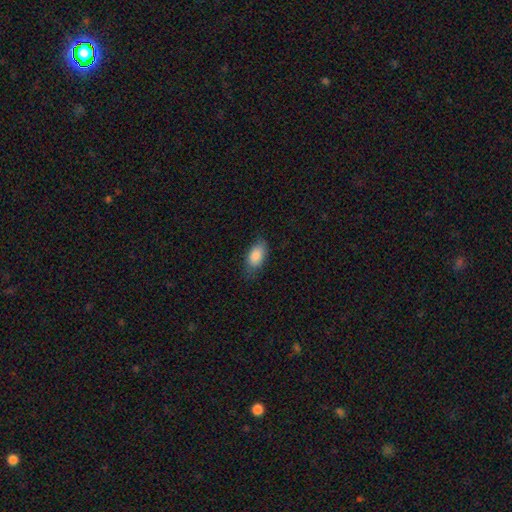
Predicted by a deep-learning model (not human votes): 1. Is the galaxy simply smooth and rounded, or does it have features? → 87% smooth, 7% featured or disk, 7% star or artifact.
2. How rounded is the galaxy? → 91% in between, 5% cigar-shaped, 4% round.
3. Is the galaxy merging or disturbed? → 76% none, 19% minor disturbance, 4% major disturbance, 1% merger.